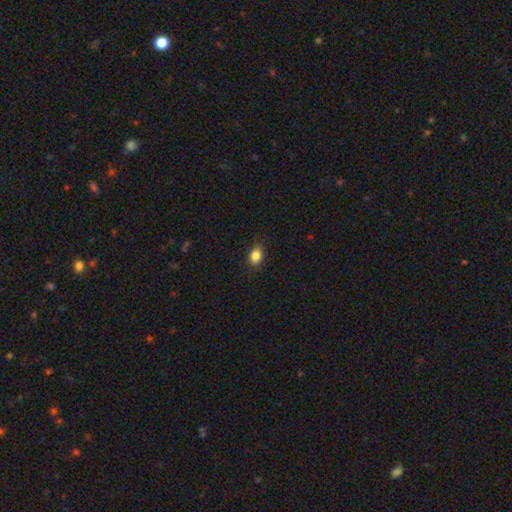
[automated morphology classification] A smooth galaxy with no disk features (85%) that is in between round and cigar-shaped (76%).

Vote fractions:
- Smooth or featured? smooth: 85% / star or artifact: 9% / featured or disk: 5%
- How rounded? in between: 76% / round: 22% / cigar-shaped: 2%
- Merging? none: 85% / minor disturbance: 12% / major disturbance: 3% / merger: 1%